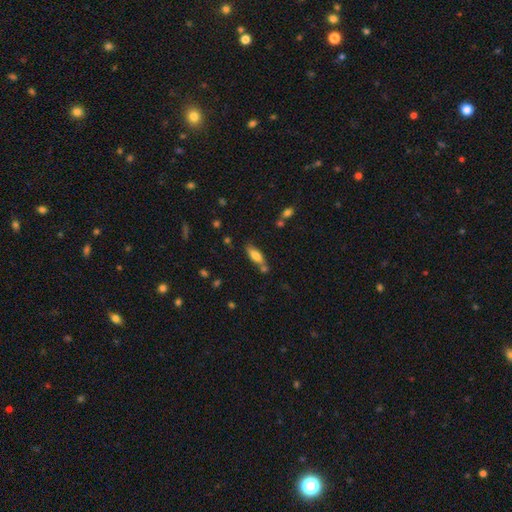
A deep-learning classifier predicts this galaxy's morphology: This appears to be a smooth galaxy with no disk features (74%) that is in between round and cigar-shaped (64%). Merging: none (61%).